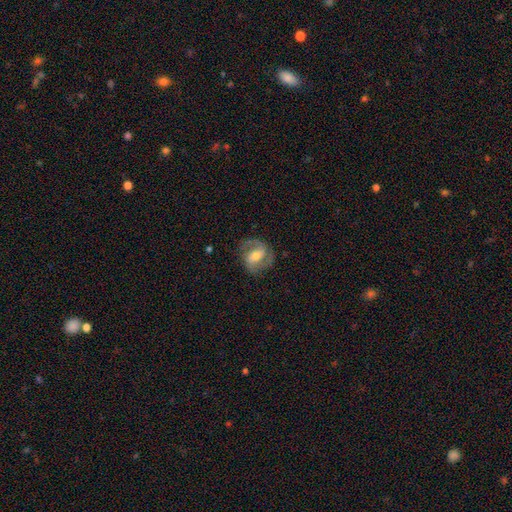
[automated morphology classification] Q: Smooth or featured?
A: featured or disk (78%); runner-up: smooth (15%)
Q: Edge-on disk?
A: no (97%); runner-up: yes (3%)
Q: Bar?
A: weak (46%); runner-up: strong (31%)
Q: Spiral arms?
A: yes (94%); runner-up: no (6%)
Q: Spiral winding?
A: medium (53%); runner-up: tight (27%)
Q: Spiral arm count?
A: 2 (83%); runner-up: can't tell (6%)
Q: Bulge size?
A: moderate (58%); runner-up: small (30%)
Q: Merging?
A: none (74%); runner-up: minor disturbance (16%)